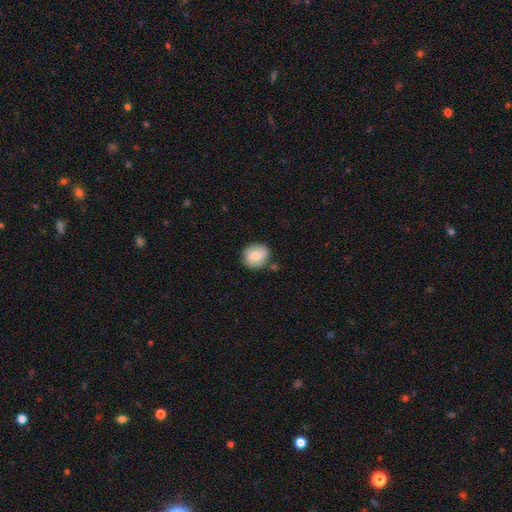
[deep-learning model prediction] The model was most divided on "how rounded": round: 80%, in between: 19%, cigar-shaped: 1%. More confident: smooth or featured — smooth (81%); merging — none (80%).